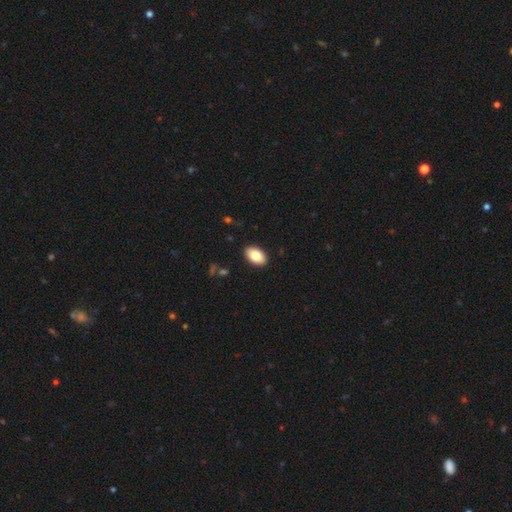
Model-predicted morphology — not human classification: This appears to be a smooth galaxy with no disk features (83%) that is in between round and cigar-shaped (93%). Merging: none (90%).